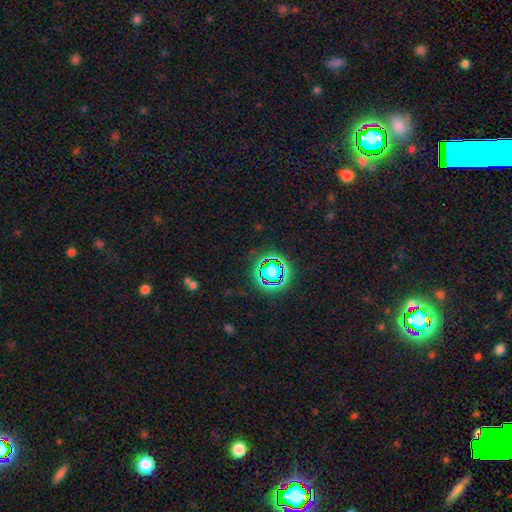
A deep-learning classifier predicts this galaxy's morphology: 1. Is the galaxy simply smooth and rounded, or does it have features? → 80% star or artifact, 13% smooth, 7% featured or disk.